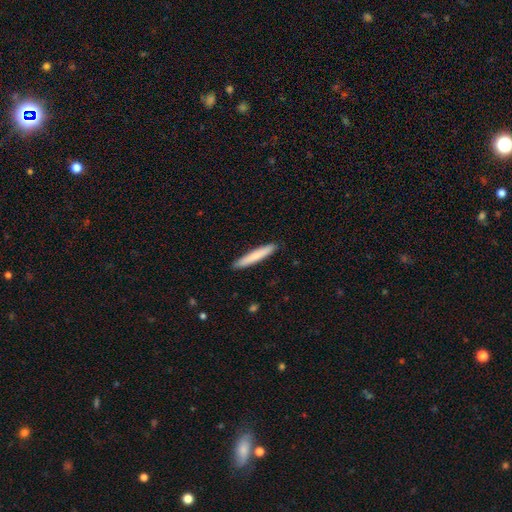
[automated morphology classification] The model was most divided on "smooth or featured": smooth: 76%, featured or disk: 19%, star or artifact: 5%. More confident: how rounded — cigar-shaped (94%); merging — none (91%).